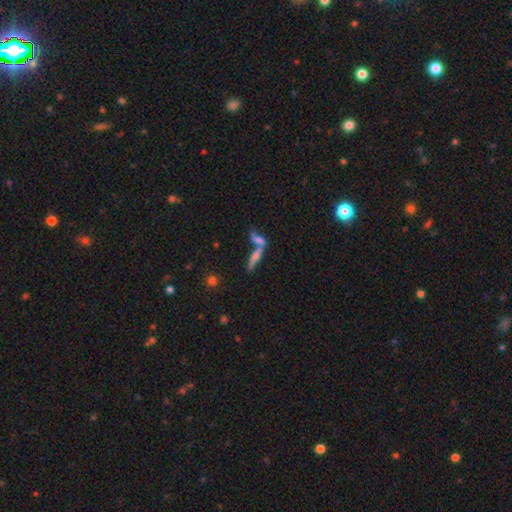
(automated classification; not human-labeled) smooth-or-featured: featured or disk: 44% (tied) | smooth: 44% (tied) | star or artifact: 12%
  merging: merger: 49% | none: 37% | minor disturbance: 9% | major disturbance: 6%